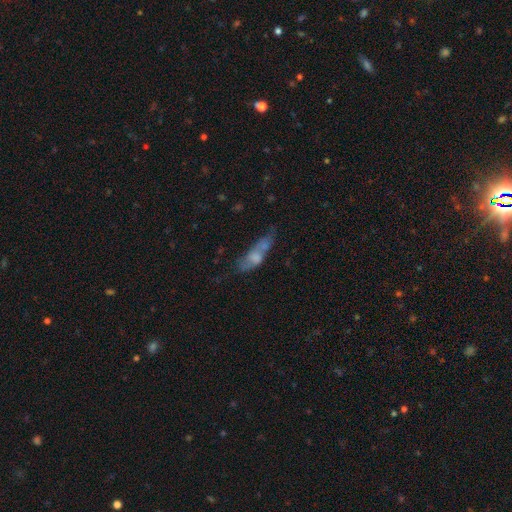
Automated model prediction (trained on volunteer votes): The model was most divided on "merging": none: 33%, merger: 30%, minor disturbance: 20%, major disturbance: 17%. Remaining: smooth or featured — smooth (52%); how rounded — in between (50%).